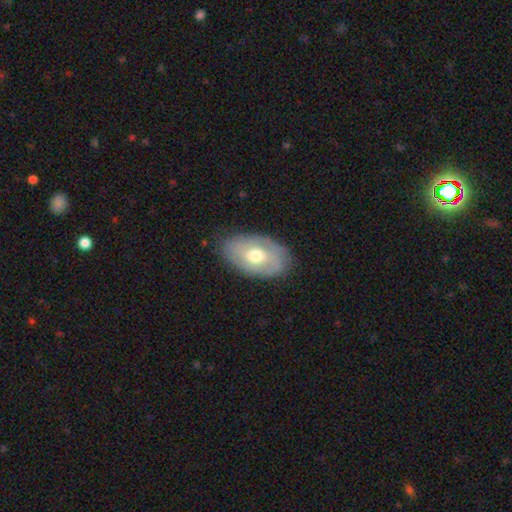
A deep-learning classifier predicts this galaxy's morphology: The model was most divided on "smooth or featured": featured or disk: 49%, smooth: 44%, star or artifact: 6%. More confident: merging — none (76%).